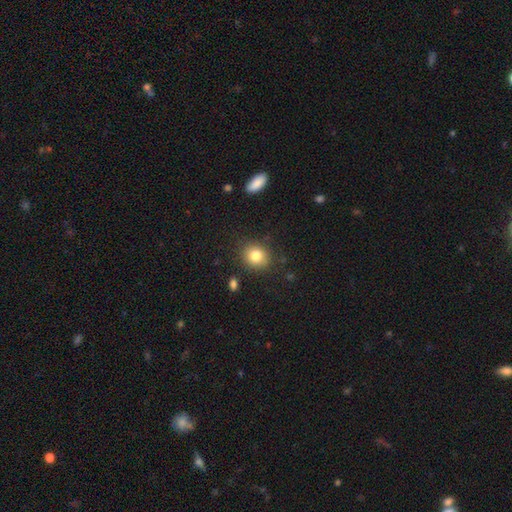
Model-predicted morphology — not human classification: A smooth galaxy with no disk features (82%) that is round (69%). Merging: none (85%).